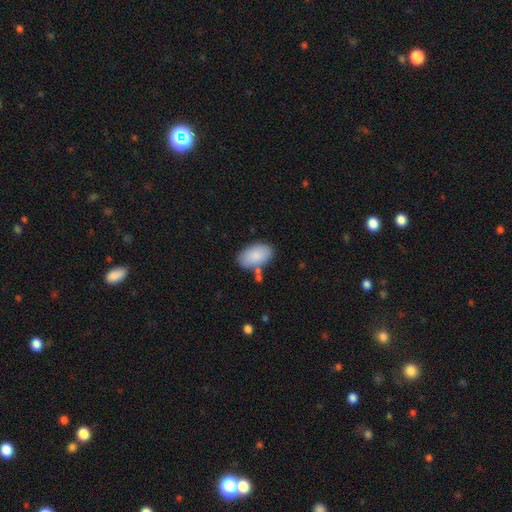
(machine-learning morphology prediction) A smooth galaxy with no disk features (87%) that is in between round and cigar-shaped (94%). Merging: none (72%).